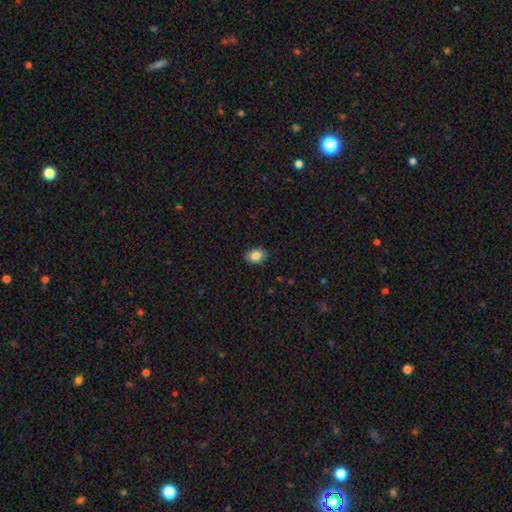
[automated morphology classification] The model was most divided on "how rounded": in between: 74%, round: 25%, cigar-shaped: 1%. More confident: merging — none (89%); smooth or featured — smooth (85%).